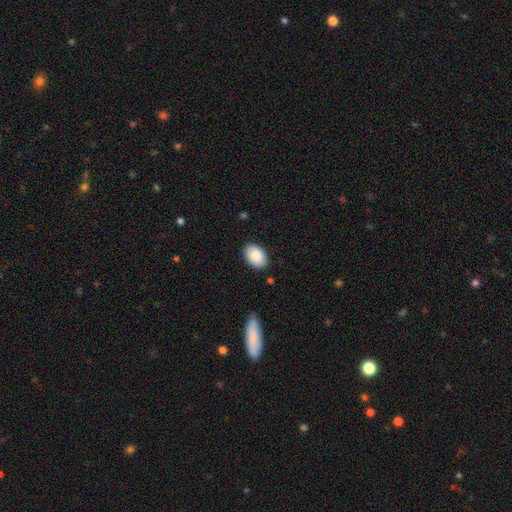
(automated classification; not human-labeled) A smooth galaxy with no disk features (85%) that is in between round and cigar-shaped (90%). Merging: none (86%).